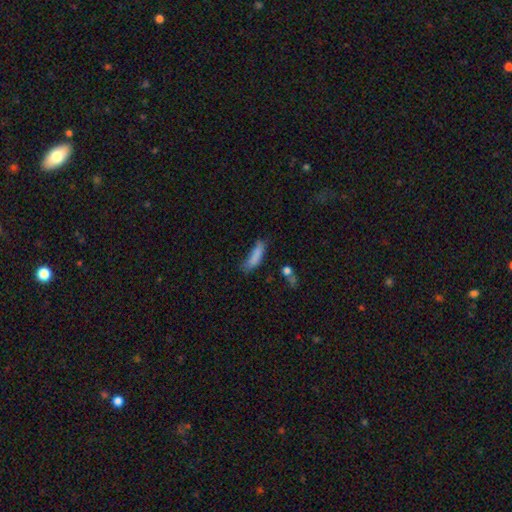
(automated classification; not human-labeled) Overall: smooth (81%). How rounded: cigar-shaped (66%; in between 32%). Merging: none (47%; minor disturbance 32%).